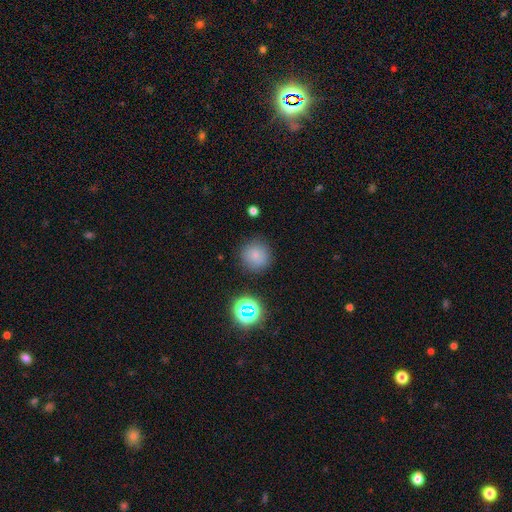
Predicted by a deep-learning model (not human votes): The model was most divided on "smooth or featured": smooth: 76%, star or artifact: 16%, featured or disk: 8%. More confident: how rounded — round (93%); merging — none (84%).